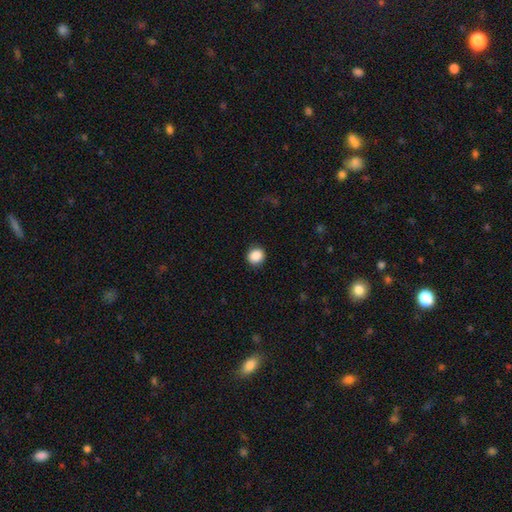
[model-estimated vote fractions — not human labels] Q: Smooth or featured?
A: smooth (88%); runner-up: star or artifact (9%)
Q: How rounded?
A: round (87%); runner-up: in between (12%)
Q: Merging?
A: none (90%); runner-up: minor disturbance (7%)